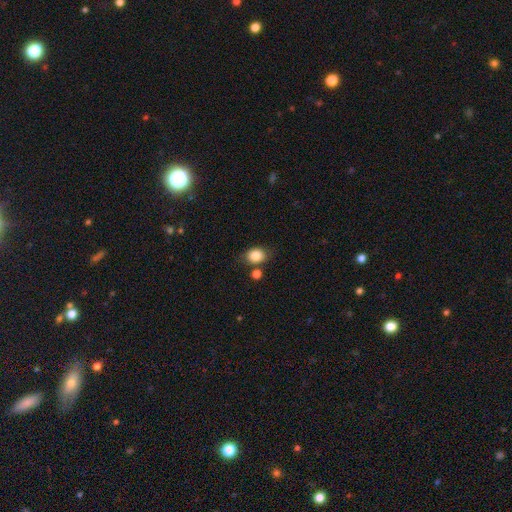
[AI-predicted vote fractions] smooth-or-featured: smooth: 85% | star or artifact: 10% | featured or disk: 6%
  how-rounded: round: 54% | in between: 45% | cigar-shaped: 1%
  merging: none: 72% | minor disturbance: 14% | merger: 10% | major disturbance: 4%